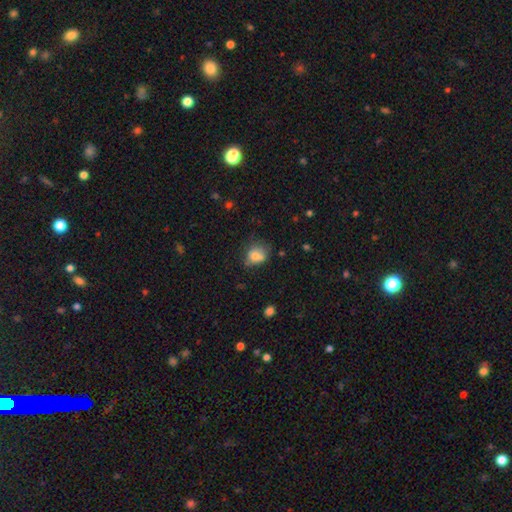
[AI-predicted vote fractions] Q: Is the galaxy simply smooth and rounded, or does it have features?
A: smooth — 73%.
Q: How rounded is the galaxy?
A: round — 64%.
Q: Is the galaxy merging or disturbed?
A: none — 48%.